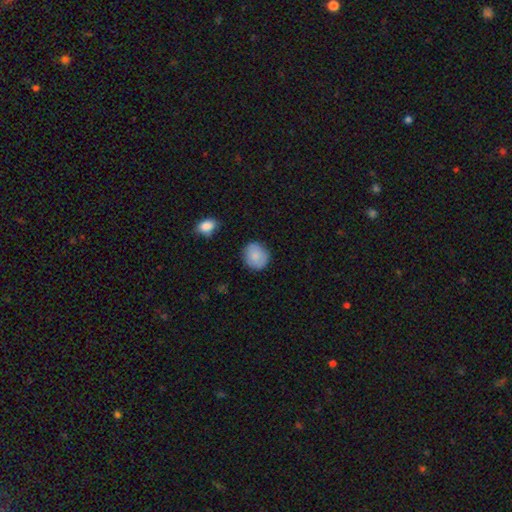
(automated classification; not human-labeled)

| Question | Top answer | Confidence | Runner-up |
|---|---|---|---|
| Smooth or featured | smooth | 83% | featured or disk (10%) |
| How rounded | round | 76% | in between (23%) |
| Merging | none | 82% | minor disturbance (13%) |